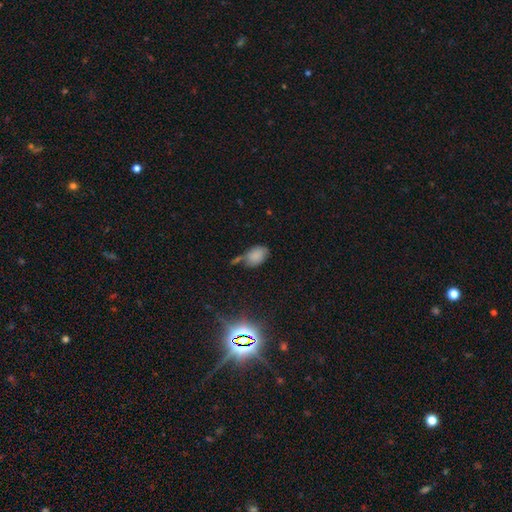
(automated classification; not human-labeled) Q: Smooth or featured?
A: smooth (78%); runner-up: star or artifact (13%)
Q: How rounded?
A: in between (86%); runner-up: round (12%)
Q: Merging?
A: none (44%); runner-up: minor disturbance (29%)